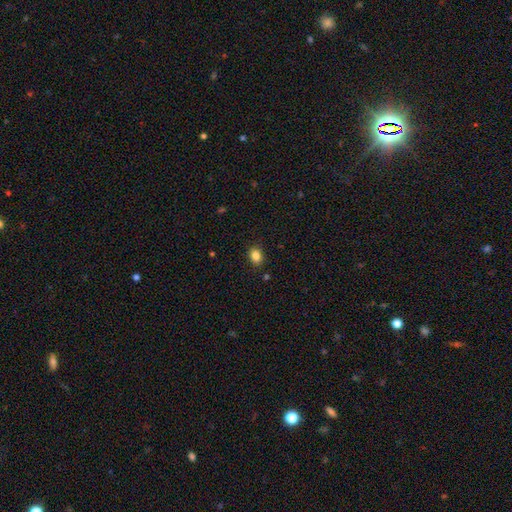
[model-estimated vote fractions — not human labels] Smooth or featured: smooth — 85% (star or artifact — 10%)
How rounded: in between — 66% (round — 33%)
Merging: none — 87% (minor disturbance — 10%)